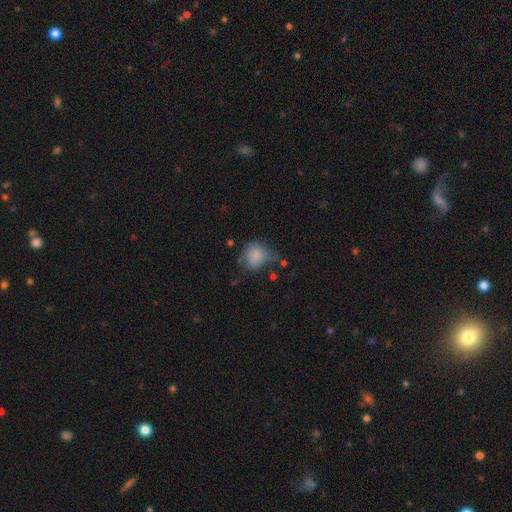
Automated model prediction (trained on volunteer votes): A smooth galaxy with no disk features (77%) that is round (67%). Merging: none (38%).